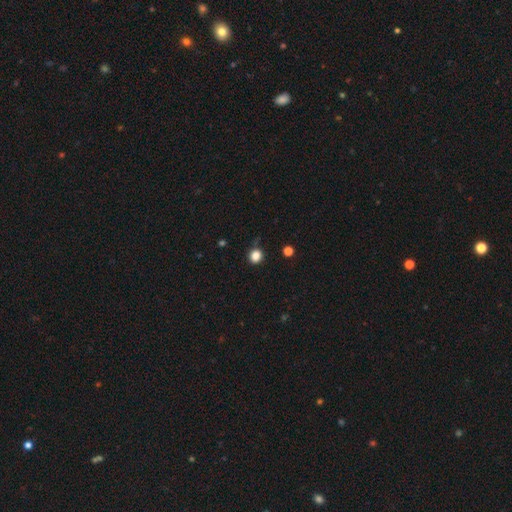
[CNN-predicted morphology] smooth 84%, star or artifact 12%, featured or disk 4%. Down the decision tree: how rounded — round (84%); merging — none (81%).